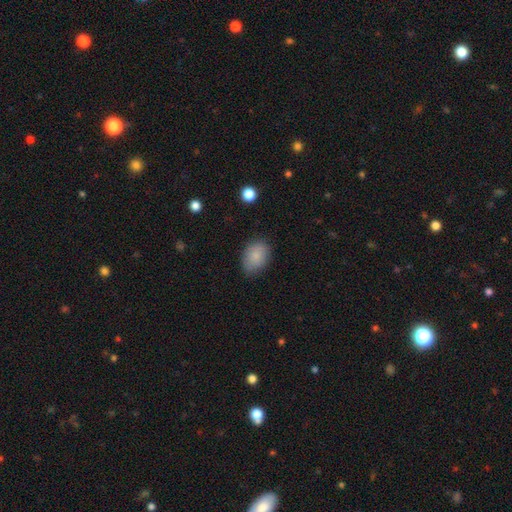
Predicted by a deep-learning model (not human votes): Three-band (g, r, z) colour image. It shows a smooth galaxy with no disk features (85%) that is in between round and cigar-shaped (79%). Merging: none (79%).